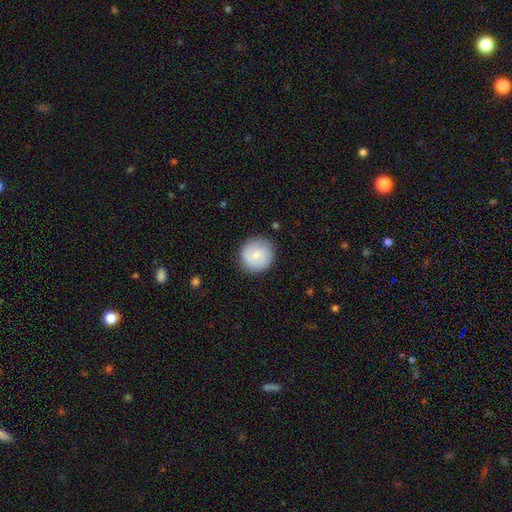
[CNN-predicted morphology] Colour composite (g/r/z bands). It shows a smooth galaxy with no disk features (76%) that is round (94%). Merging: none (87%).